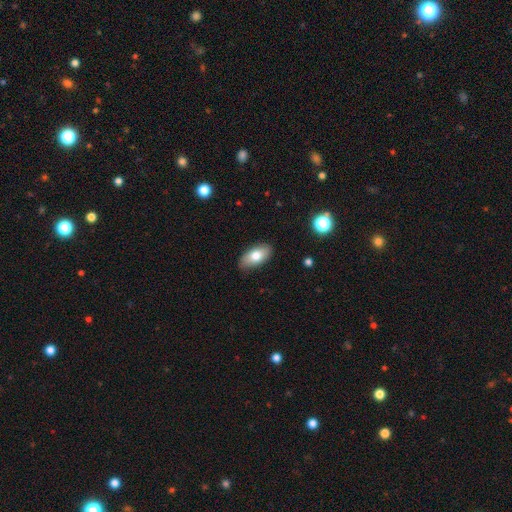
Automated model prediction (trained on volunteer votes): This is likely a smooth galaxy (77%). How rounded: clearly in between (91%). Merging: clearly none (87%).